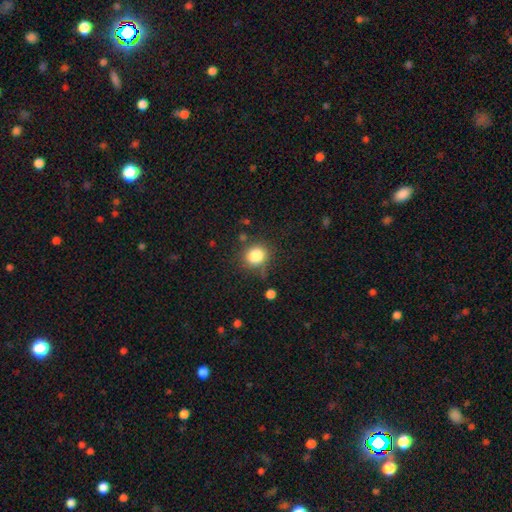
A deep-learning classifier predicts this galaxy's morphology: Smooth or featured: smooth — 84% (star or artifact — 11%)
How rounded: round — 77% (in between — 22%)
Merging: none — 76% (minor disturbance — 15%)